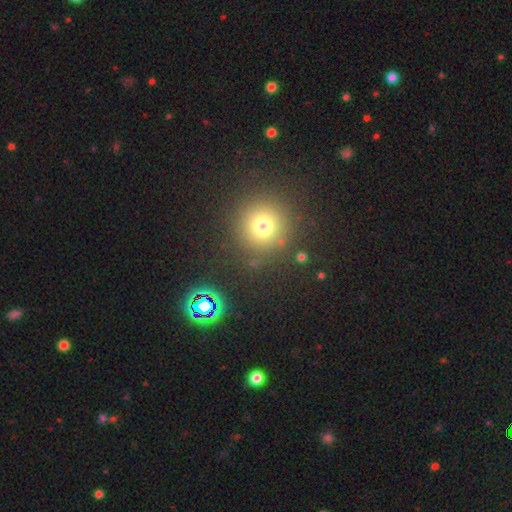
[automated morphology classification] The model was most divided on "smooth or featured": smooth: 56%, star or artifact: 36%, featured or disk: 8%. More confident: how rounded — round (95%); merging — none (89%).